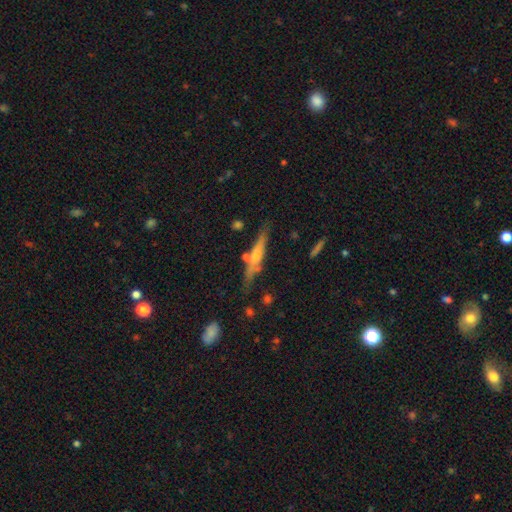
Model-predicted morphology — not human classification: smooth-or-featured: featured or disk: 57% | smooth: 35% | star or artifact: 8%
  disk-edge-on: yes: 91% | no: 9%
    edge-on-bulge: rounded: 66% | none: 24% | boxy: 10%
  merging: none: 70% | minor disturbance: 16% | merger: 9% | major disturbance: 5%